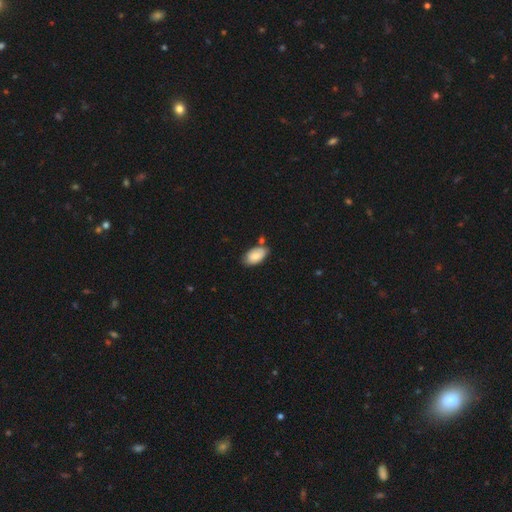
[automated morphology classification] A smooth galaxy with no disk features (83%) that is in between round and cigar-shaped (95%).

Vote fractions:
- Smooth or featured? smooth: 83% / featured or disk: 10% / star or artifact: 7%
- How rounded? in between: 95% / round: 4% / cigar-shaped: 2%
- Merging? none: 68% / minor disturbance: 20% / merger: 9% / major disturbance: 4%